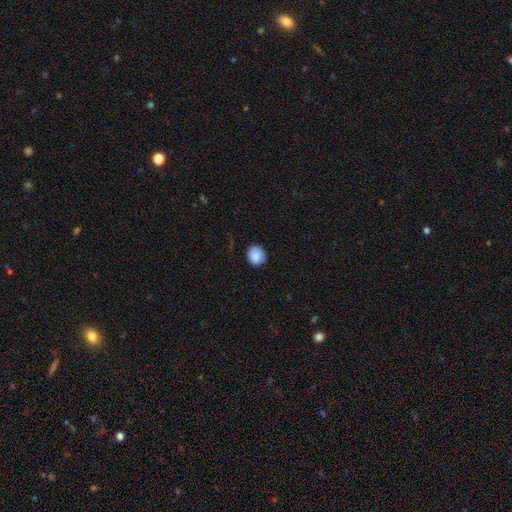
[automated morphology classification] This is clearly a smooth galaxy (87%). How rounded: clearly round (85%). Merging: clearly none (86%).